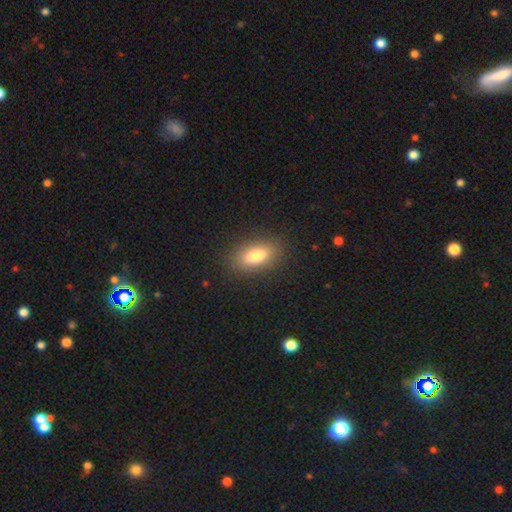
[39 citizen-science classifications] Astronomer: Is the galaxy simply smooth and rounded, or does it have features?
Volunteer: smooth — 90%.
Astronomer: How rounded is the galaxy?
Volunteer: in between — 94%.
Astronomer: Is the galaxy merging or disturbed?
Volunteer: none — 81%.